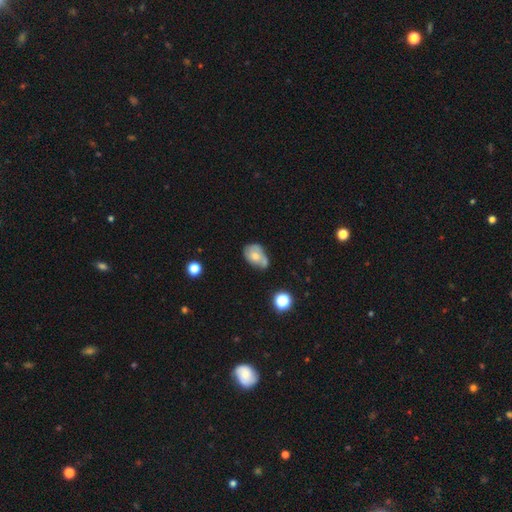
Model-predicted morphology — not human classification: smooth_or_featured: smooth (p=0.53) [alt: featured or disk p=0.38]
how_rounded: in between (p=0.74) [alt: round p=0.24]
merging: none (p=0.33) [alt: minor disturbance p=0.32]